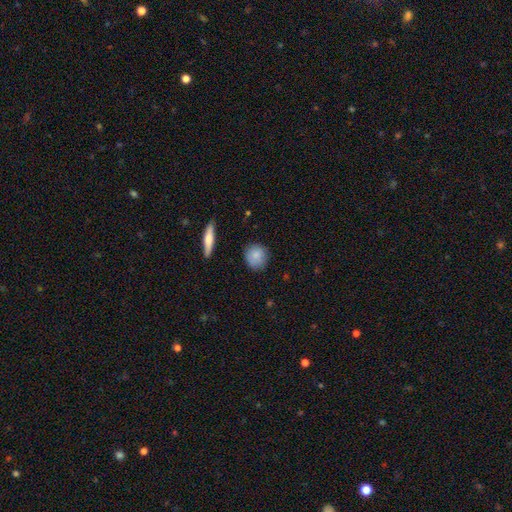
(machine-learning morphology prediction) Smooth or featured? smooth (83%)
How rounded? round (84%)
Merging? none (82%)